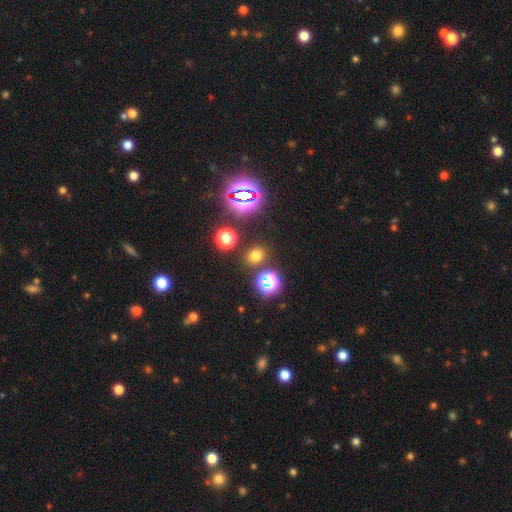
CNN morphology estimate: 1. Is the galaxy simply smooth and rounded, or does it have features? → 64% smooth, 30% star or artifact, 6% featured or disk.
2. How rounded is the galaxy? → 70% round, 29% in between, 1% cigar-shaped.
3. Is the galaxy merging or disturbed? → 85% none, 7% minor disturbance, 5% merger, 3% major disturbance.